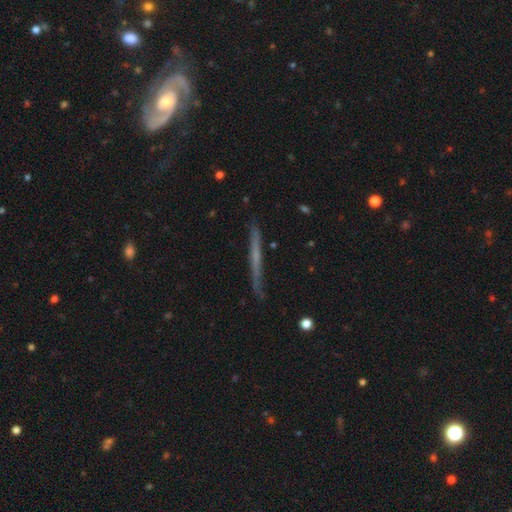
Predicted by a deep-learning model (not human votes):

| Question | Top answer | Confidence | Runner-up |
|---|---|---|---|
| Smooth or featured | featured or disk | 54% | smooth (38%) |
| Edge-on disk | yes | 95% | no (5%) |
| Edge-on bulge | none | 84% | rounded (11%) |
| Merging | none | 85% | minor disturbance (11%) |